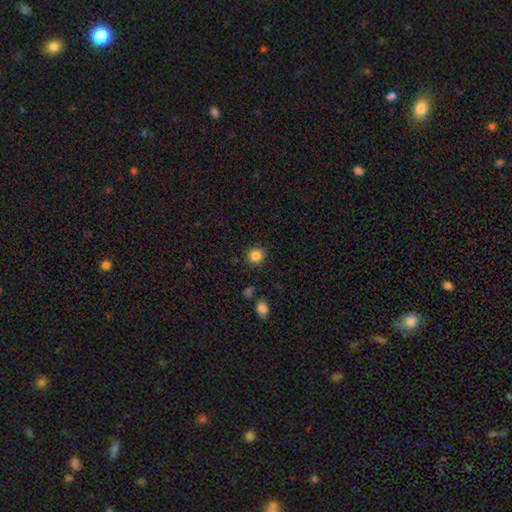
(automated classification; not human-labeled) Smooth or featured? smooth (85%)
How rounded? round (90%)
Merging? none (89%)